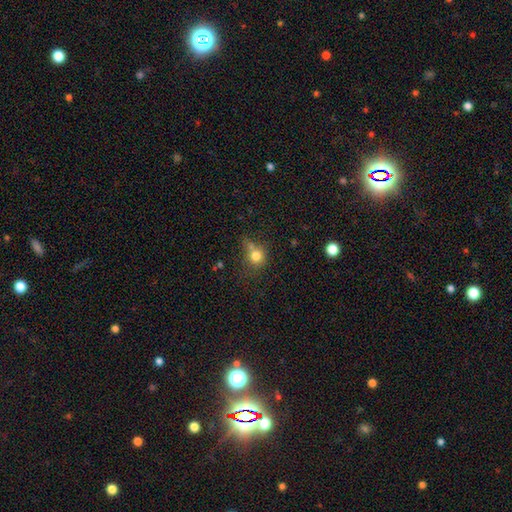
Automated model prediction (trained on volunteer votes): Smooth or featured? Predicted: smooth (p=0.78). How rounded? Predicted: round (p=0.83). Merging? Predicted: none (p=0.50).